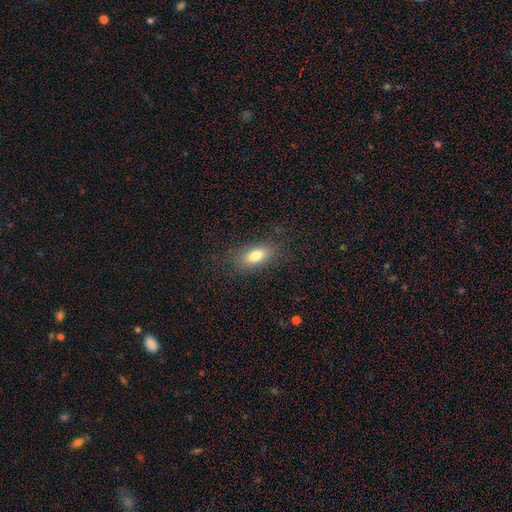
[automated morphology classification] smooth 78%, featured or disk 13%, star or artifact 9%. Down the decision tree: how rounded — in between (82%); merging — none (82%).